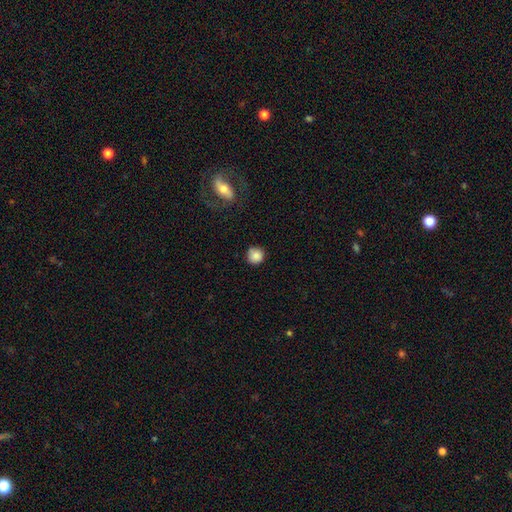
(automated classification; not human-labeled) smooth-or-featured: smooth: 85% | star or artifact: 9% | featured or disk: 6%
  how-rounded: round: 93% | in between: 6% | cigar-shaped: 1%
  merging: none: 81% | minor disturbance: 13% | major disturbance: 3% | merger: 2%